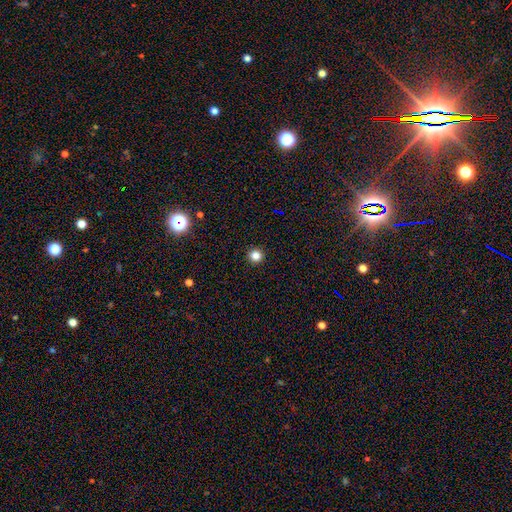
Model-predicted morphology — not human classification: Smooth or featured?
  - smooth: 82% *
  - star or artifact: 13%
  - featured or disk: 4%
How rounded?
  - round: 95% *
  - in between: 4%
  - cigar-shaped: 1%
Merging?
  - none: 94% *
  - minor disturbance: 4%
  - major disturbance: 1%
  - merger: 1%